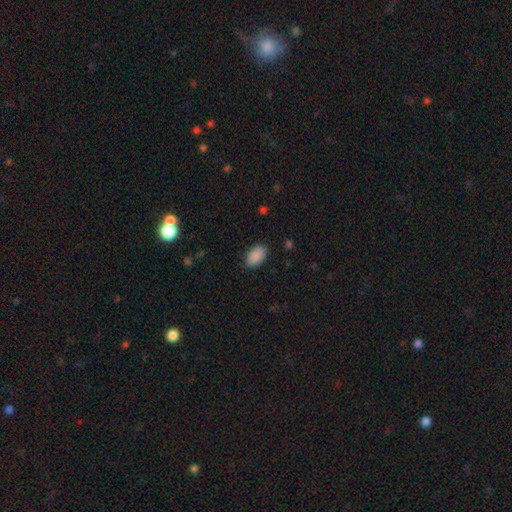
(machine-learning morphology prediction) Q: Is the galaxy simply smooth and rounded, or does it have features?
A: smooth — 90%.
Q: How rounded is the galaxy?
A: in between — 93%.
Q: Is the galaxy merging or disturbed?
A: none — 87%.